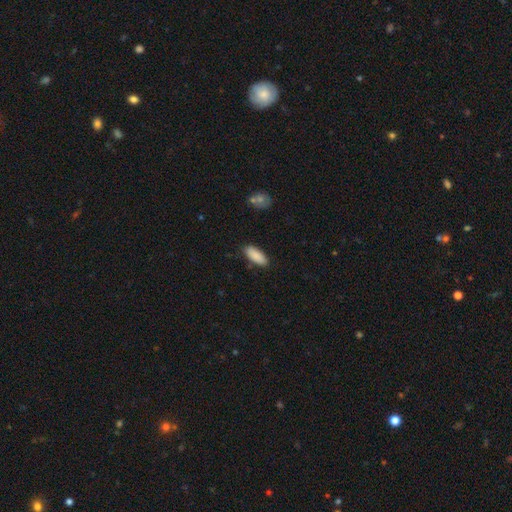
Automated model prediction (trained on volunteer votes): This is clearly a smooth galaxy (89%). How rounded: likely in between (75%). Merging: clearly none (87%).